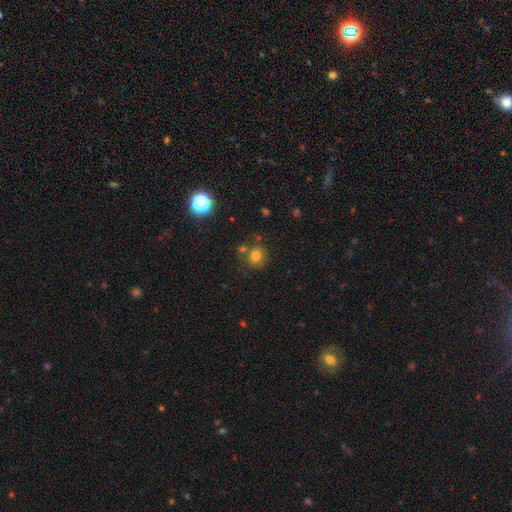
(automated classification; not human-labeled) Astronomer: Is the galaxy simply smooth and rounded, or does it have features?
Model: smooth — 77%.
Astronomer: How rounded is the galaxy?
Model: round — 81%.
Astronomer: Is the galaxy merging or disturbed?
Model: none — 71%.